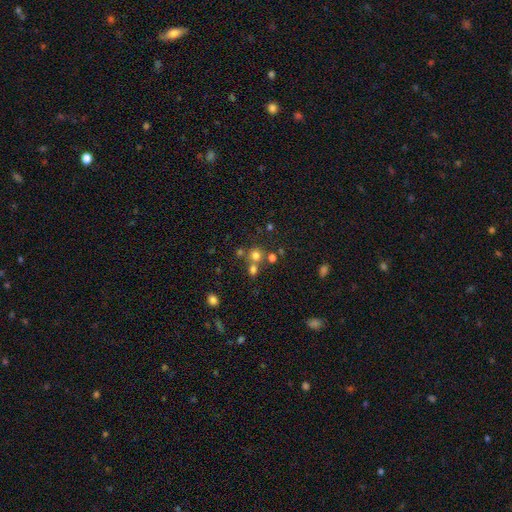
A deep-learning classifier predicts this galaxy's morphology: Smooth or featured?
  - smooth: 69% *
  - star or artifact: 20%
  - featured or disk: 10%
How rounded?
  - round: 88% *
  - in between: 11%
  - cigar-shaped: 1%
Merging?
  - none: 57% *
  - merger: 32%
  - minor disturbance: 7%
  - major disturbance: 4%